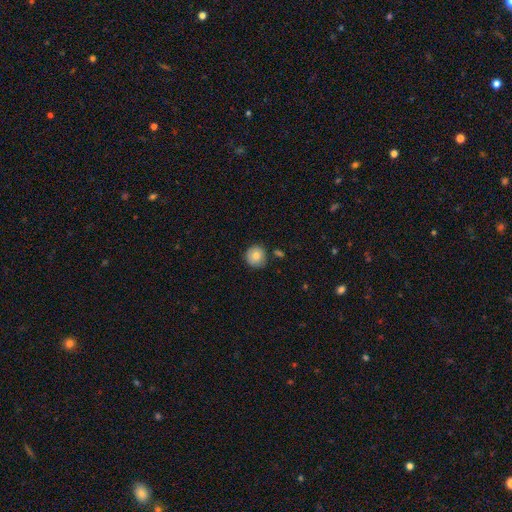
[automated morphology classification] Smooth or featured? smooth (81%)
How rounded? round (93%)
Merging? none (84%)